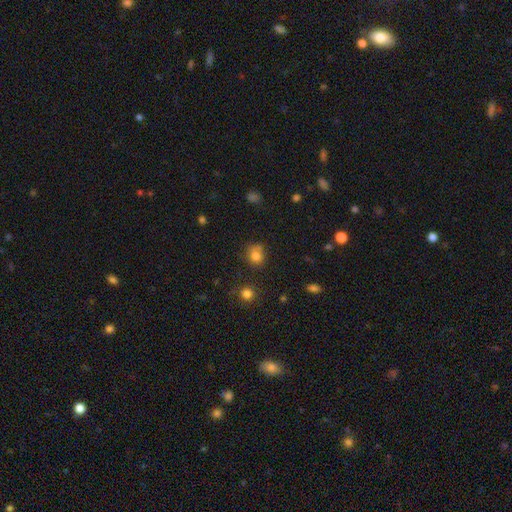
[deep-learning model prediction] A smooth galaxy with no disk features (79%) that is round (73%). Merging: none (66%).